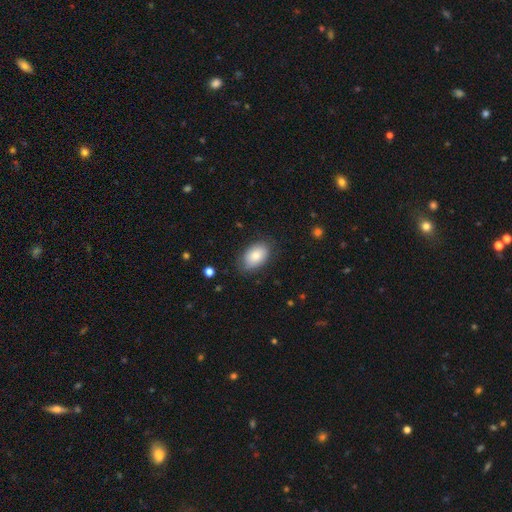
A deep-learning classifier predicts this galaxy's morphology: This appears to be a smooth galaxy with no disk features (80%) that is in between round and cigar-shaped (91%). Merging: none (77%).